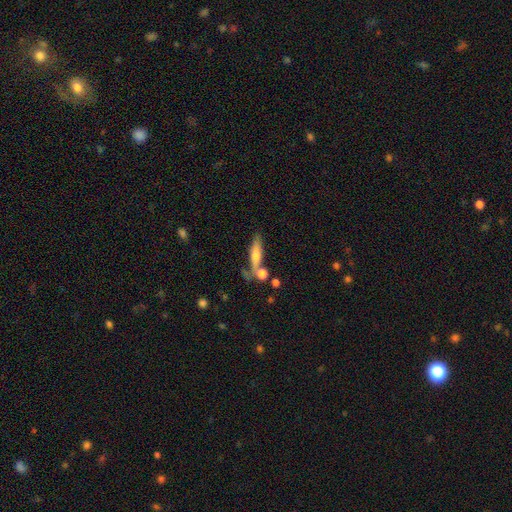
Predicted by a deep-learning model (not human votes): smooth 54%, featured or disk 38%, star or artifact 8%. Down the decision tree: how rounded — cigar-shaped (70%); merging — none (57%).